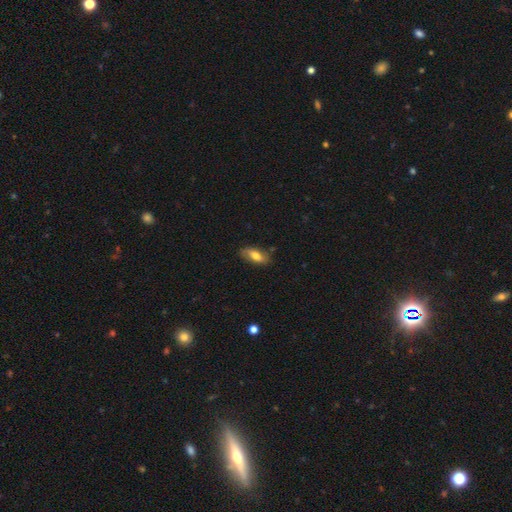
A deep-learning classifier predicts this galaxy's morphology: smooth-or-featured: smooth: 69% | featured or disk: 24% | star or artifact: 7%
  how-rounded: in between: 83% | cigar-shaped: 13% | round: 3%
  merging: none: 76% | minor disturbance: 18% | major disturbance: 4% | merger: 2%